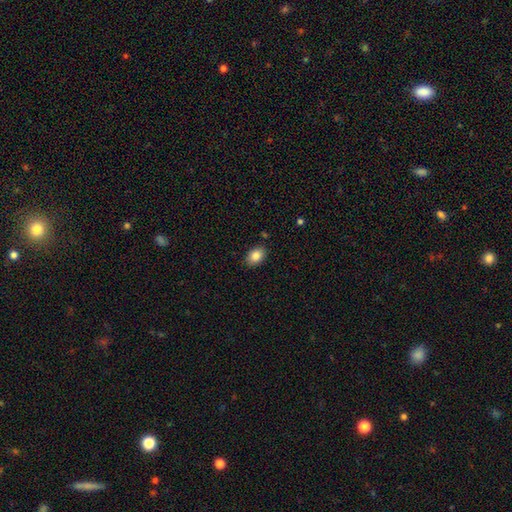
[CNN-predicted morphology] A smooth galaxy with no disk features (85%) that is in between round and cigar-shaped (81%). Merging: none (87%).